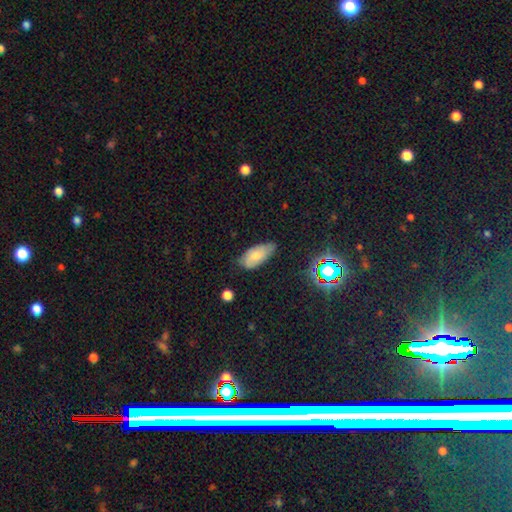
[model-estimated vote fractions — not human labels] A smooth galaxy with no disk features (70%) that is in between round and cigar-shaped (90%). Merging: none (59%).